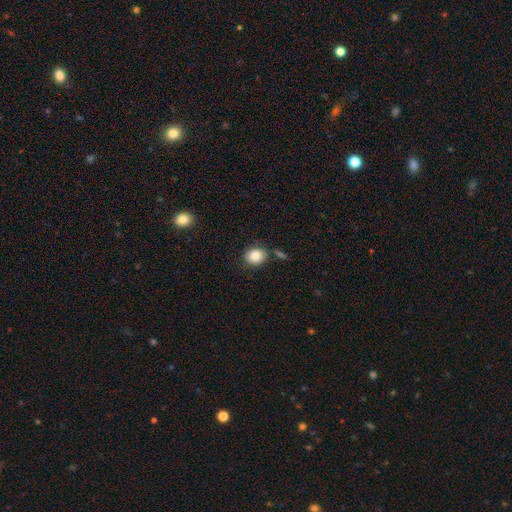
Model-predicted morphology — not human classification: smooth 84%, star or artifact 9%, featured or disk 7%. Down the decision tree: how rounded — round (65%); merging — none (75%).